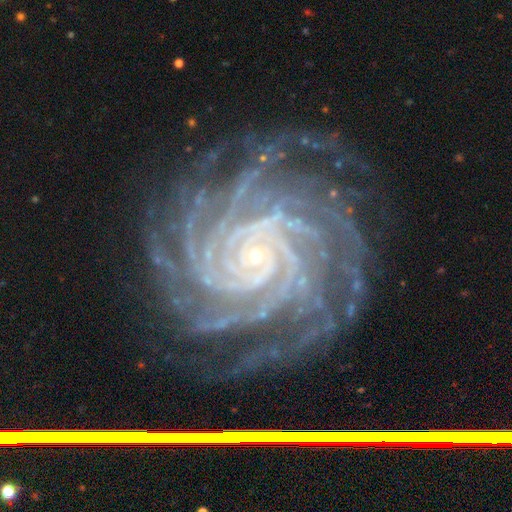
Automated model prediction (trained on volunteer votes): smooth_or_featured: featured or disk (p=0.92) [alt: star or artifact p=0.05]
disk_edge_on: no (p=0.98) [alt: yes p=0.02]
bar: no (p=0.66) [alt: weak p=0.20]
has_spiral_arms: yes (p=0.99) [alt: no p=0.01]
spiral_winding: tight (p=0.86) [alt: medium p=0.12]
spiral_arm_count: more than 4 (p=0.38) [alt: 4 p=0.24]
bulge_size: small (p=0.87) [alt: moderate p=0.09]
merging: none (p=0.79) [alt: minor disturbance p=0.14]